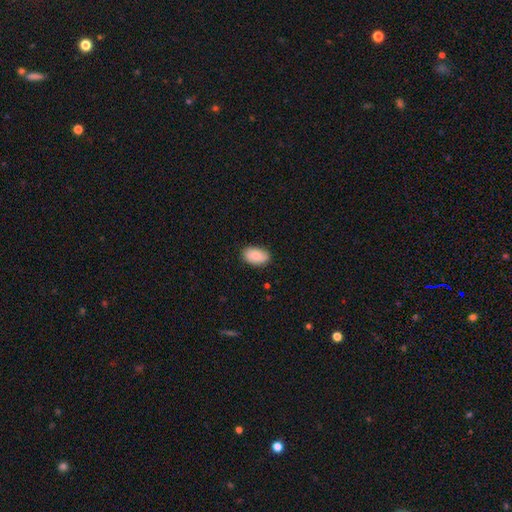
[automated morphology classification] A smooth galaxy with no disk features (80%) that is in between round and cigar-shaped (92%). Merging: none (84%).